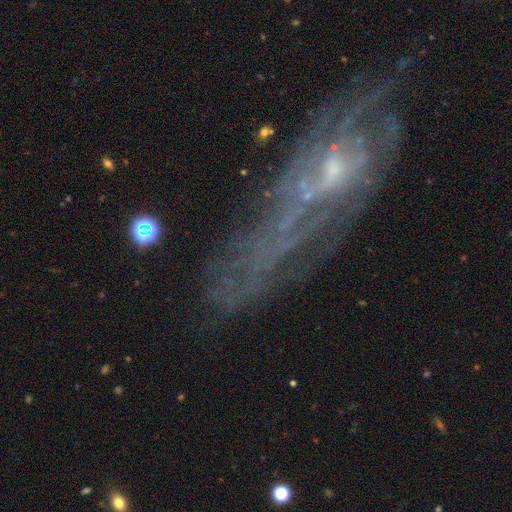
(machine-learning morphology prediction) This appears to be a featured or disk galaxy (67%) with no bar (59%), spiral arms (64%) and a small central bulge (53%). Merging: none (61%).